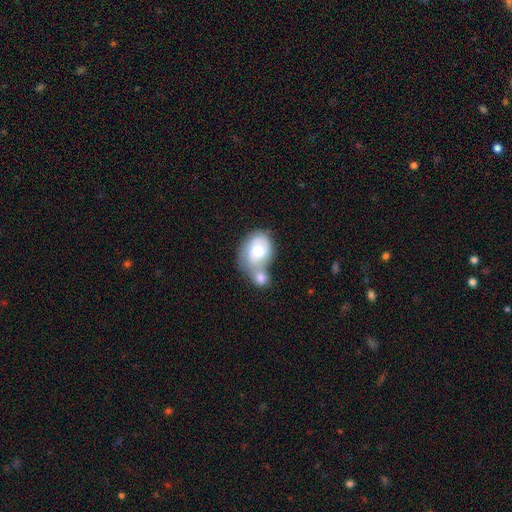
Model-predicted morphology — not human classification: Overall: smooth (54%; featured or disk 37%). How rounded: round (51%; in between 48%). Merging: merger (56%; none 26%).